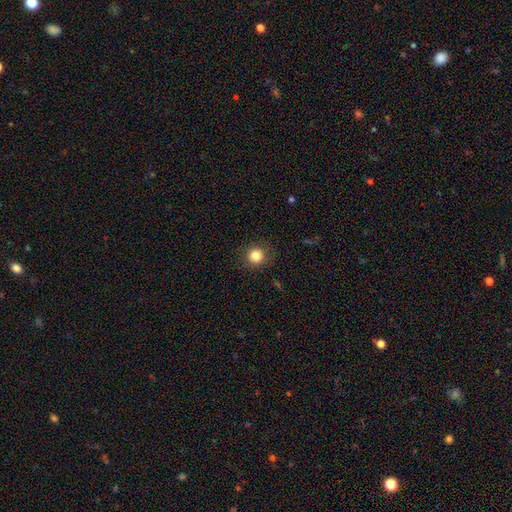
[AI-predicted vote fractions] Morphology: type=smooth (83%); roundness=round (90%); merging=none (88%).